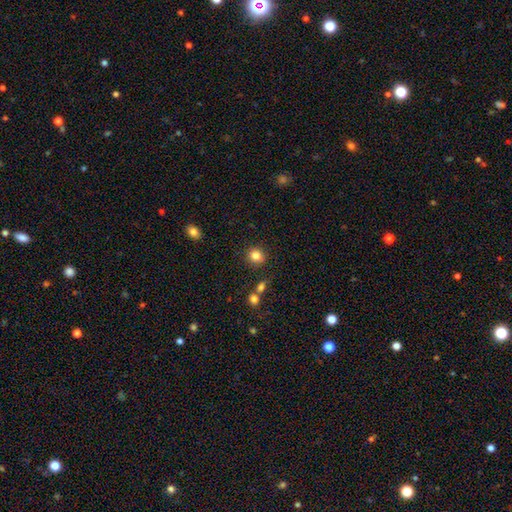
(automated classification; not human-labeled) Q: Smooth or featured?
A: smooth (84%); runner-up: star or artifact (11%)
Q: How rounded?
A: round (84%); runner-up: in between (15%)
Q: Merging?
A: none (86%); runner-up: minor disturbance (8%)